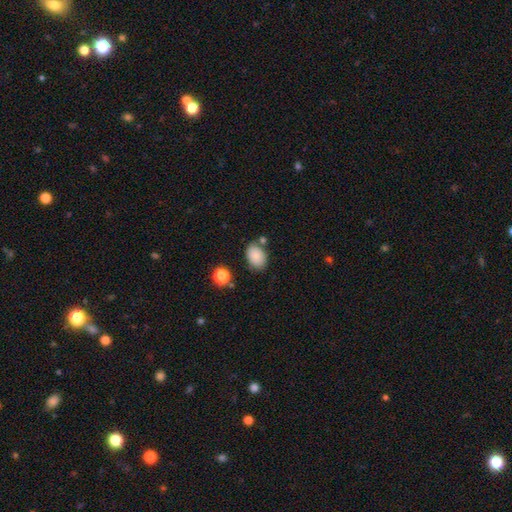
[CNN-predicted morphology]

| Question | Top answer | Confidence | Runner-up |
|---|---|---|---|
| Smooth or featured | smooth | 84% | star or artifact (8%) |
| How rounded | in between | 81% | round (18%) |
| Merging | none | 71% | minor disturbance (17%) |